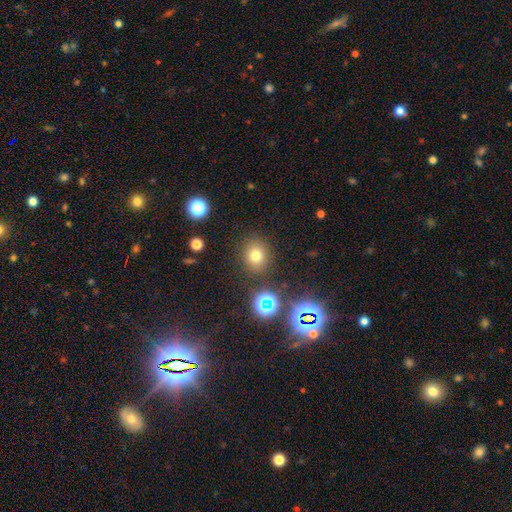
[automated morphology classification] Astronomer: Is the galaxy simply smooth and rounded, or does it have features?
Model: smooth — 72%.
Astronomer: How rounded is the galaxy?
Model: round — 76%.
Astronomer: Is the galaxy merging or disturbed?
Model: none — 86%.